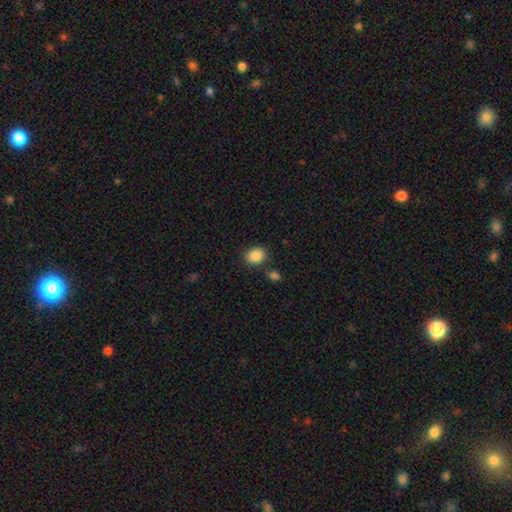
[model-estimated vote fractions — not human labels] This appears to be a smooth galaxy with no disk features (87%) that is in between round and cigar-shaped (52%). Merging: none (79%).